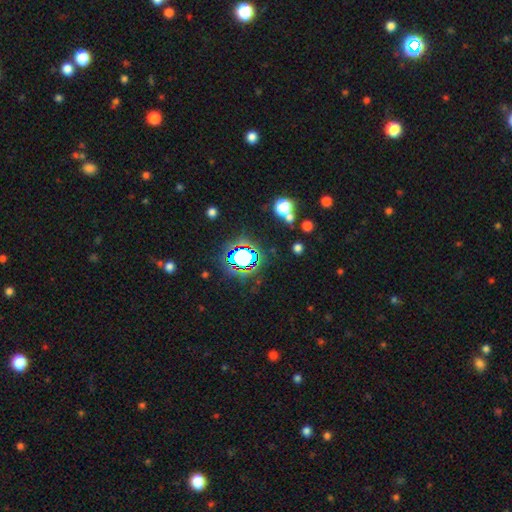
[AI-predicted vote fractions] Morphology: type=star or artifact (81%).